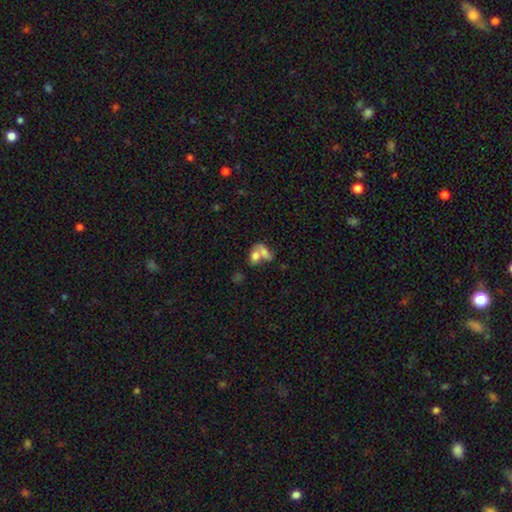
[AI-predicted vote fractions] Smooth or featured: smooth — 65% (featured or disk — 24%)
How rounded: in between — 78% (round — 18%)
Merging: merger — 70% (none — 17%)